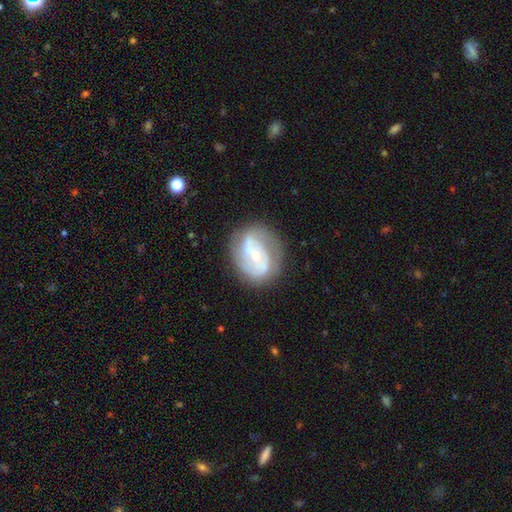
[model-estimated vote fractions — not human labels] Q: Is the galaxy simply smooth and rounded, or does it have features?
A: featured or disk — 77%.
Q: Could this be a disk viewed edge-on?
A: no — 97%.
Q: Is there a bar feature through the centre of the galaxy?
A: no — 57%.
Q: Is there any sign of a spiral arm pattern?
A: yes — 81%.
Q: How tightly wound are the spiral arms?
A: tight — 47%.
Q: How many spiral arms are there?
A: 2 — 53%.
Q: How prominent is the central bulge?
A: small — 60%.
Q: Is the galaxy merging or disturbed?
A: none — 64%.